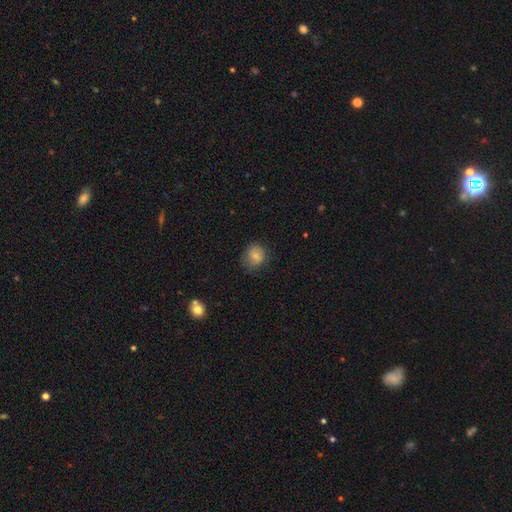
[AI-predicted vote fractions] A smooth galaxy with no disk features (80%) that is round (73%).

Vote fractions:
- Smooth or featured? smooth: 80% / featured or disk: 11% / star or artifact: 9%
- How rounded? round: 73% / in between: 26% / cigar-shaped: 1%
- Merging? none: 69% / minor disturbance: 22% / major disturbance: 7% / merger: 1%